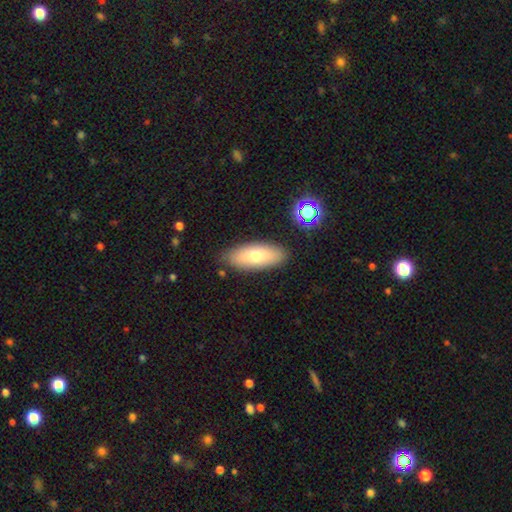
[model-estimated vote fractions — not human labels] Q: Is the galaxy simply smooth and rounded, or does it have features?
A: smooth — 70%.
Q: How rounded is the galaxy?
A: in between — 74%.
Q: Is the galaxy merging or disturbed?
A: none — 85%.